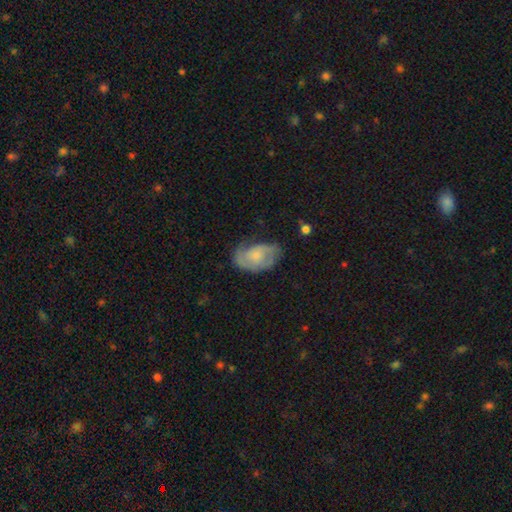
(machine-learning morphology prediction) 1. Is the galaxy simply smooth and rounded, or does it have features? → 55% featured or disk, 38% smooth, 7% star or artifact.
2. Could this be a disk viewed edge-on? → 96% no, 4% yes.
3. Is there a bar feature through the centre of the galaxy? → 74% no, 23% weak, 3% strong.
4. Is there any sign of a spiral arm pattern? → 78% yes, 22% no.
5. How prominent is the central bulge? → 55% small, 31% moderate, 9% none, 3% large, 1% dominant.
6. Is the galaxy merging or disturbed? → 54% none, 30% minor disturbance, 14% major disturbance, 2% merger.